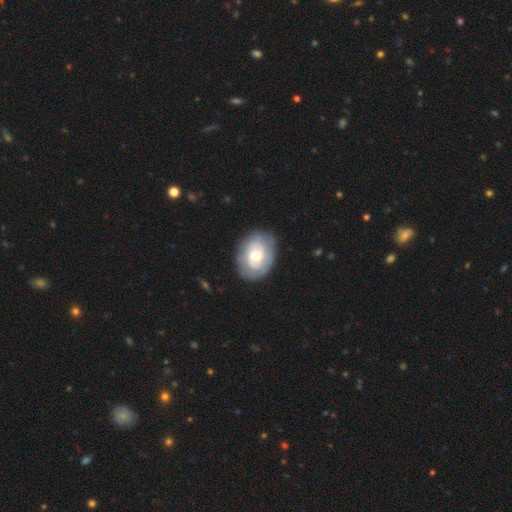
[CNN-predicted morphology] type=featured or disk (64%); edge-on=no (97%); bar=no (58%); spiral arms=yes (79%); bulge=moderate (63%); merging=none (77%).